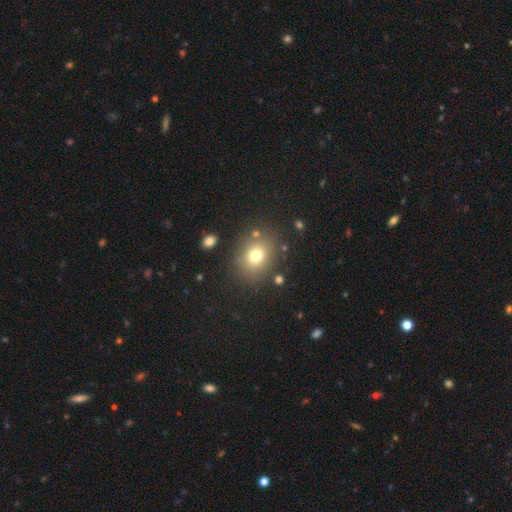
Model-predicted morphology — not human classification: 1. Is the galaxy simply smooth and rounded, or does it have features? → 74% smooth, 14% star or artifact, 11% featured or disk.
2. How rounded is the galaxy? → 58% round, 41% in between, 1% cigar-shaped.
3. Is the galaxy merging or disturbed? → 81% none, 10% minor disturbance, 4% merger, 4% major disturbance.